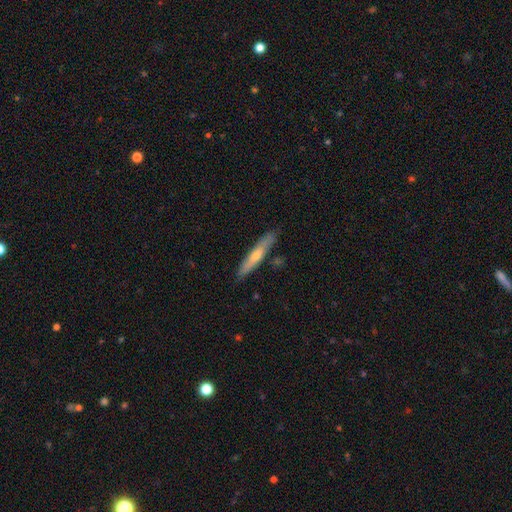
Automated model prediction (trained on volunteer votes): Overall: smooth (51%; featured or disk 44%). How rounded: cigar-shaped (92%). Merging: none (84%).